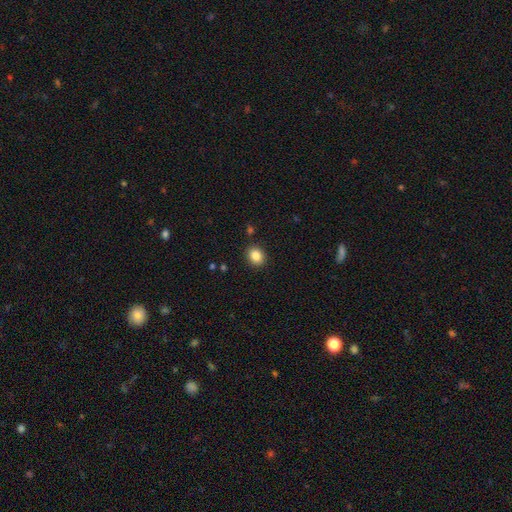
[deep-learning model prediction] A smooth galaxy with no disk features (85%) that is round (61%).

Vote fractions:
- Smooth or featured? smooth: 85% / star or artifact: 10% / featured or disk: 5%
- How rounded? round: 61% / in between: 38% / cigar-shaped: 1%
- Merging? none: 89% / minor disturbance: 7% / major disturbance: 2% / merger: 2%